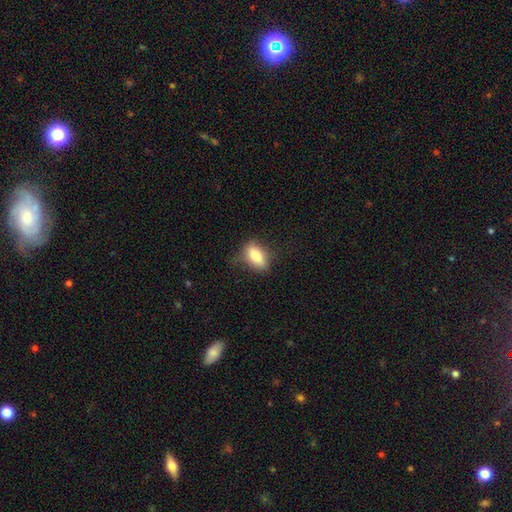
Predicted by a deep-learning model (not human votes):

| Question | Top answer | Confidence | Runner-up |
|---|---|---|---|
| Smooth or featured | smooth | 76% | featured or disk (16%) |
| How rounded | in between | 82% | cigar-shaped (11%) |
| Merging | none | 67% | minor disturbance (24%) |